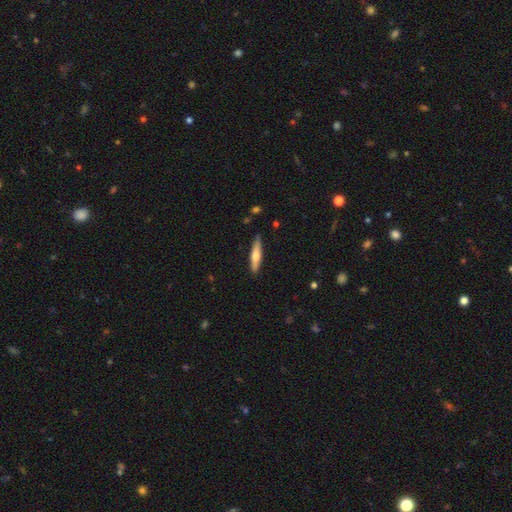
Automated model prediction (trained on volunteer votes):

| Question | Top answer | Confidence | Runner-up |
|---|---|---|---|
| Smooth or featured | smooth | 56% | featured or disk (39%) |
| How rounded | cigar-shaped | 84% | in between (14%) |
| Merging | none | 88% | minor disturbance (9%) |